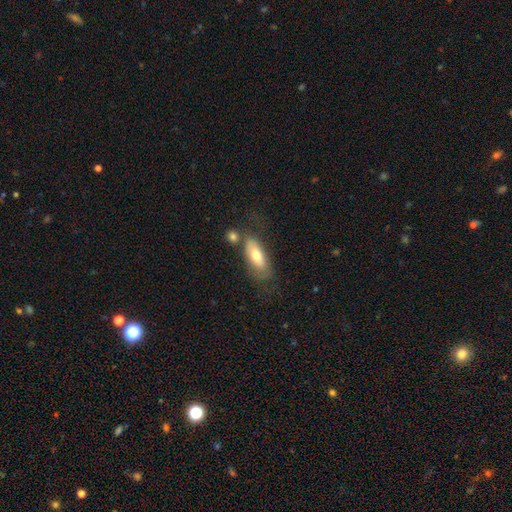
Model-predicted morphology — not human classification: Smooth or featured? smooth (67%)
How rounded? in between (73%)
Merging? none (59%)